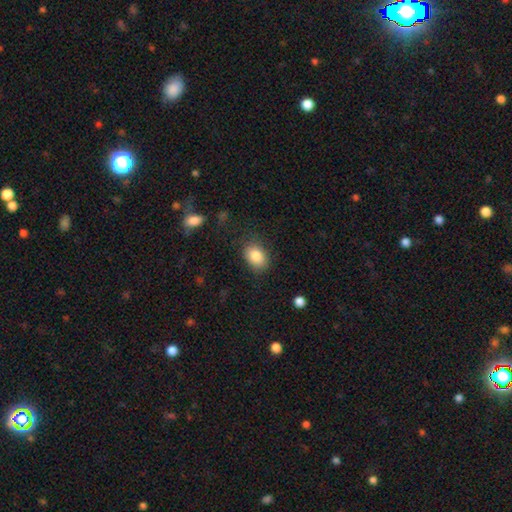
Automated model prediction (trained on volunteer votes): smooth_or_featured: smooth (p=0.85) [alt: star or artifact p=0.08]
how_rounded: in between (p=0.76) [alt: round p=0.23]
merging: none (p=0.80) [alt: minor disturbance p=0.14]